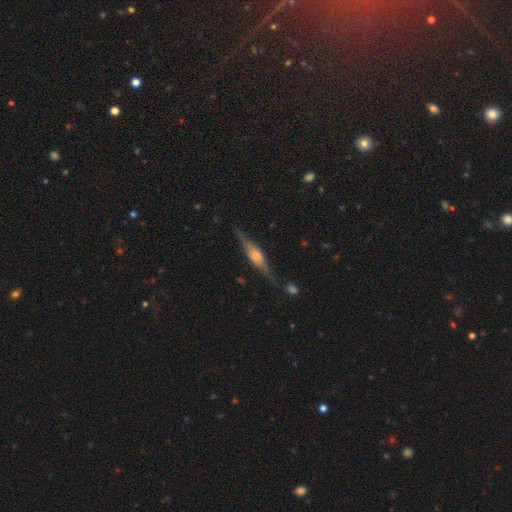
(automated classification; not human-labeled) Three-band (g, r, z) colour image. It shows a featured or disk galaxy (72%) viewed edge-on (96%) with a rounded central bulge (64%). Merging: none (81%).